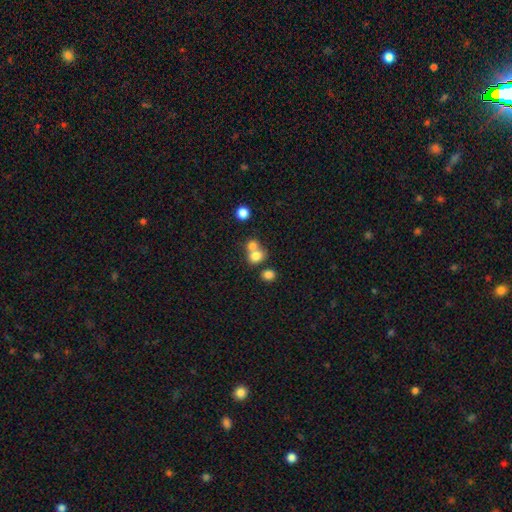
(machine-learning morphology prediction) Q: Smooth or featured?
A: smooth (77%); runner-up: star or artifact (12%)
Q: How rounded?
A: round (66%); runner-up: in between (33%)
Q: Merging?
A: merger (56%); runner-up: none (34%)